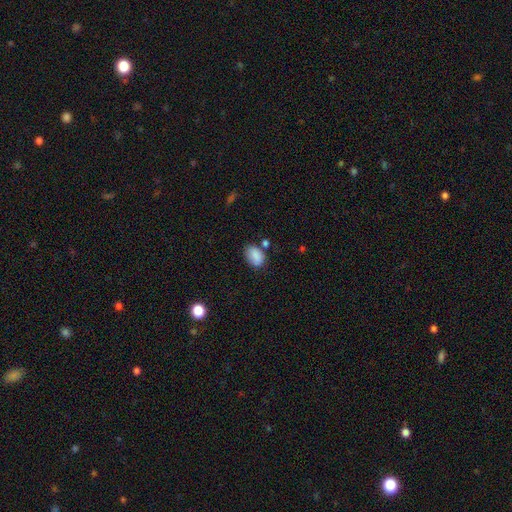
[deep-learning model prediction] Q: Smooth or featured?
A: smooth (85%); runner-up: star or artifact (9%)
Q: How rounded?
A: in between (80%); runner-up: round (19%)
Q: Merging?
A: none (67%); runner-up: minor disturbance (19%)